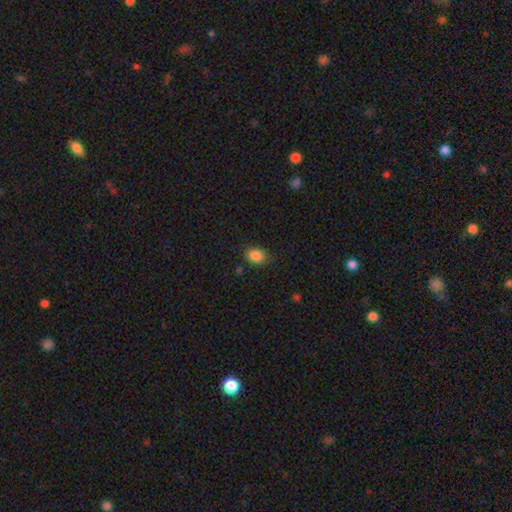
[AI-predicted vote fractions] This is clearly a smooth galaxy (87%). How rounded: likely in between (61%). Merging: likely none (79%).